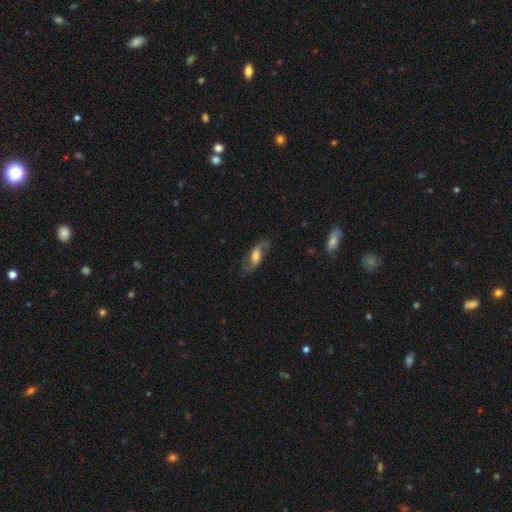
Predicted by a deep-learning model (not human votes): A featured or disk galaxy (79%) with a weak bar (42%), 2 (92%) loose (61%) spiral arms (94%) and a moderate central bulge (49%). Merging: none (77%).